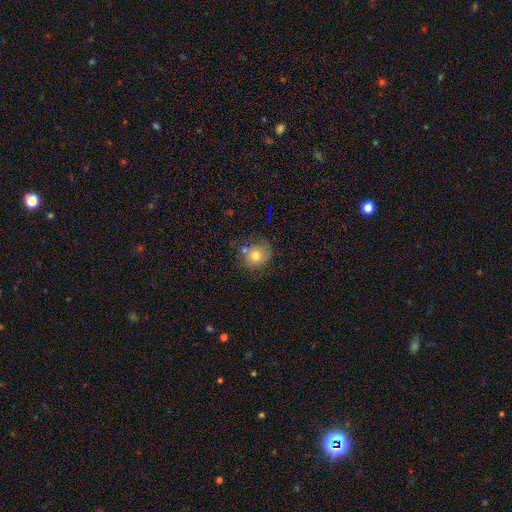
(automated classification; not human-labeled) Morphology: type=smooth (66%); roundness=round (73%); merging=none (64%).